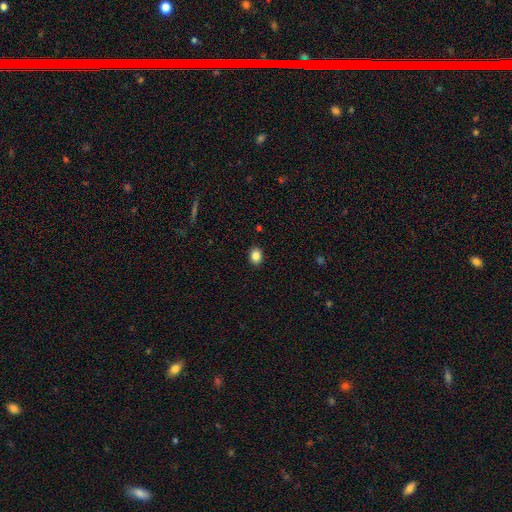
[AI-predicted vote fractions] This is clearly a smooth galaxy (86%). How rounded: possibly in between (58%). Merging: clearly none (90%).